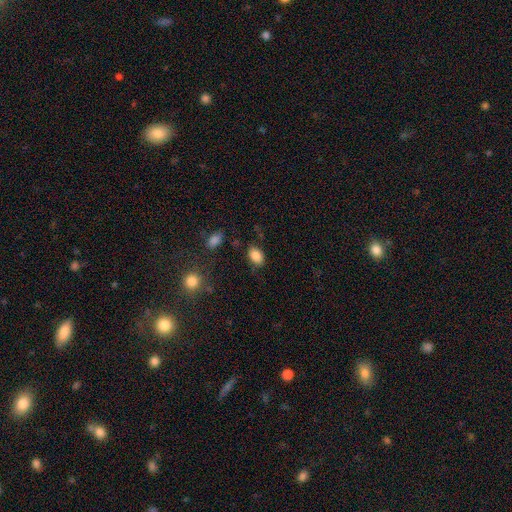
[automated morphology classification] This is clearly a smooth galaxy (86%). How rounded: clearly in between (87%). Merging: likely none (77%).